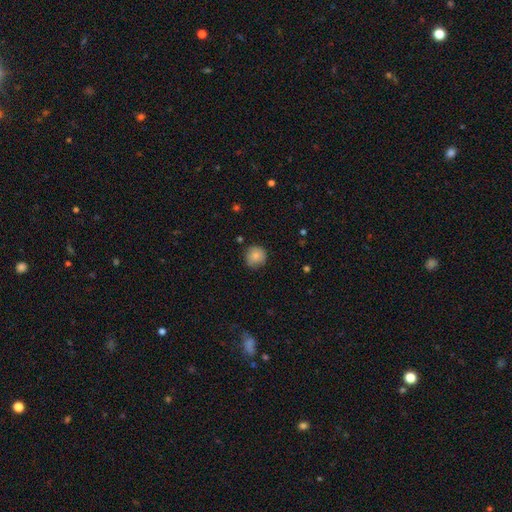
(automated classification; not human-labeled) Q: Smooth or featured?
A: smooth (81%); runner-up: featured or disk (11%)
Q: How rounded?
A: round (91%); runner-up: in between (8%)
Q: Merging?
A: none (77%); runner-up: minor disturbance (18%)